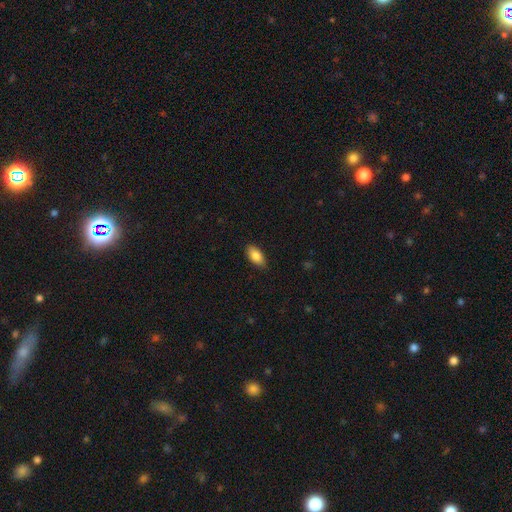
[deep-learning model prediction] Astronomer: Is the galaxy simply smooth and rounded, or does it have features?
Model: smooth — 86%.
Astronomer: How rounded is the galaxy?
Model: in between — 92%.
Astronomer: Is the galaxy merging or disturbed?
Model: none — 85%.